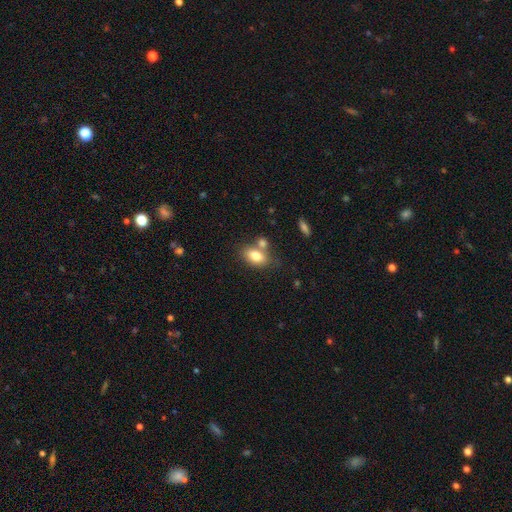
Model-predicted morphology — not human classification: Smooth or featured?
  - smooth: 80% *
  - featured or disk: 12%
  - star or artifact: 8%
How rounded?
  - in between: 86% *
  - round: 12%
  - cigar-shaped: 2%
Merging?
  - none: 54% *
  - merger: 29%
  - minor disturbance: 13%
  - major disturbance: 4%